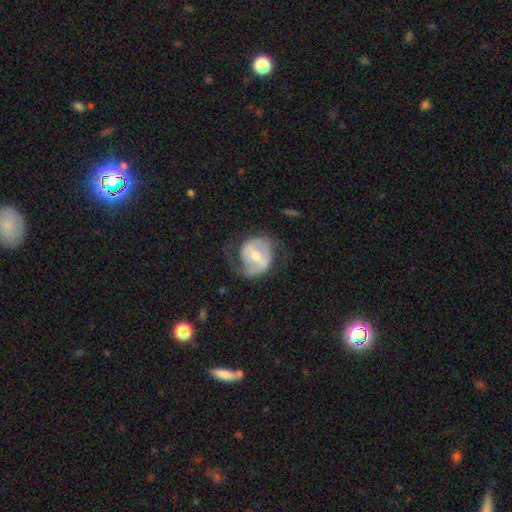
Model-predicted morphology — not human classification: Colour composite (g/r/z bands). It shows a featured or disk galaxy (76%) with a strong bar (43%), 2 (77%) medium (44%) spiral arms (76%) and a moderate central bulge (58%). Merging: none (60%).